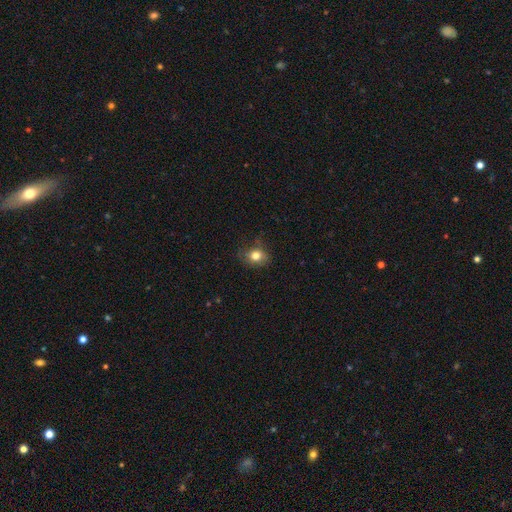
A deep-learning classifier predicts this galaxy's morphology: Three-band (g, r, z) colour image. It shows a smooth galaxy with no disk features (79%) that is in between round and cigar-shaped (50%). Merging: none (69%).